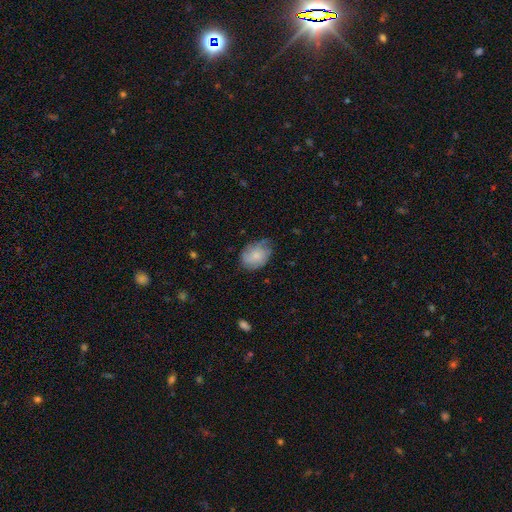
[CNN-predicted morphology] The model was most divided on "merging": none: 55%, minor disturbance: 35%, major disturbance: 9%, merger: 2%. More confident: smooth or featured — smooth (75%); how rounded — in between (73%).